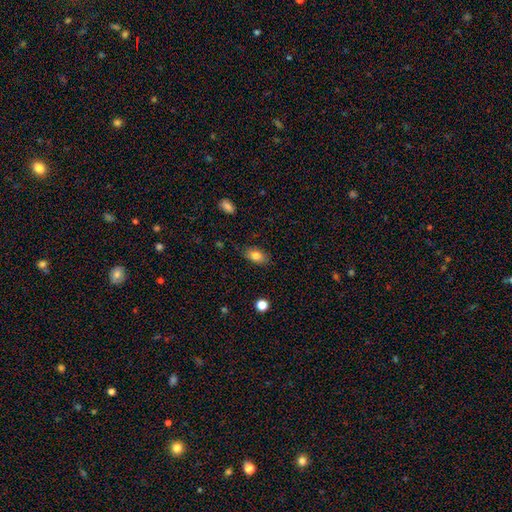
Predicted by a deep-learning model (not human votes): Overall: smooth (81%). How rounded: in between (87%). Merging: none (84%).